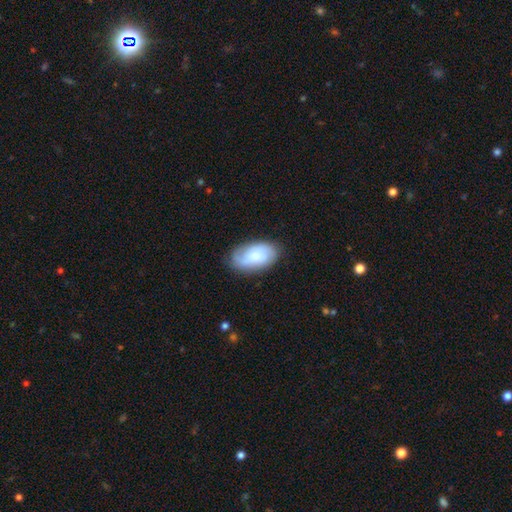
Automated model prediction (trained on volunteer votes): Overall: smooth (58%; featured or disk 35%). How rounded: in between (93%). Merging: none (76%).